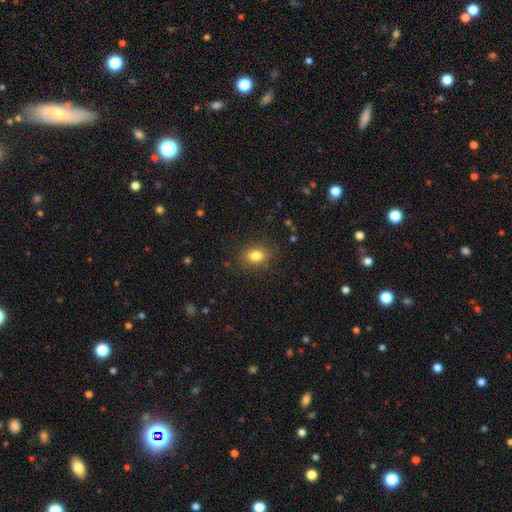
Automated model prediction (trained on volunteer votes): smooth_or_featured: smooth (p=0.82) [alt: star or artifact p=0.11]
how_rounded: in between (p=0.66) [alt: round p=0.32]
merging: none (p=0.85) [alt: minor disturbance p=0.11]